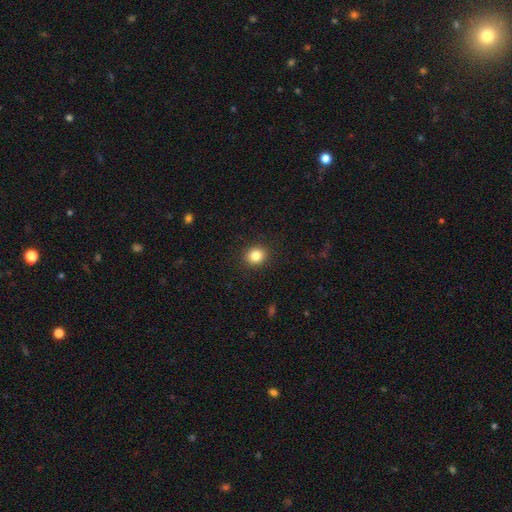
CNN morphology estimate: Smooth or featured: smooth — 84% (star or artifact — 11%)
How rounded: round — 78% (in between — 21%)
Merging: none — 91% (minor disturbance — 6%)